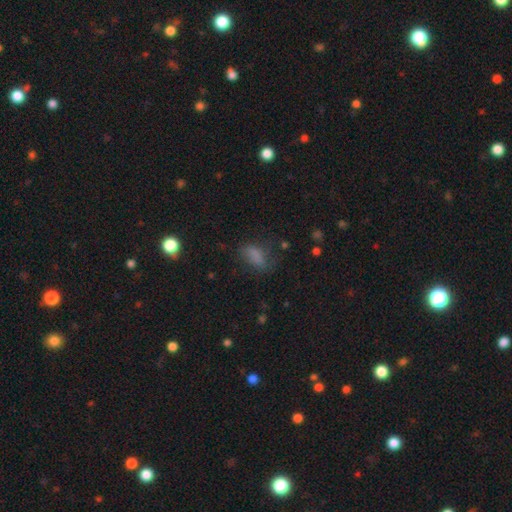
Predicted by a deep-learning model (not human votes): Q: Smooth or featured?
A: smooth (74%); runner-up: star or artifact (14%)
Q: How rounded?
A: in between (83%); runner-up: cigar-shaped (10%)
Q: Merging?
A: none (52%); runner-up: minor disturbance (26%)